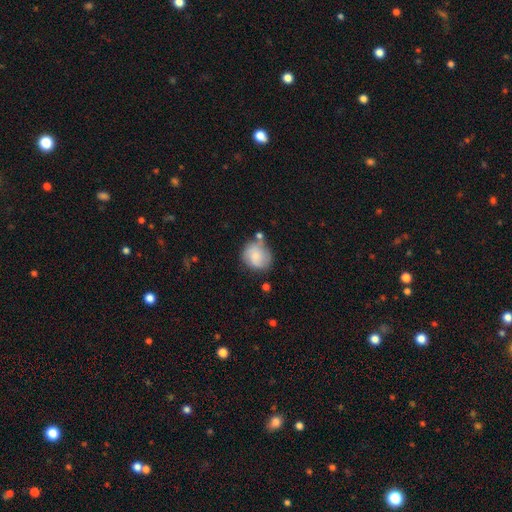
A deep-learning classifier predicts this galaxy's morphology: Smooth or featured: smooth — 61% (featured or disk — 31%)
How rounded: round — 79% (in between — 20%)
Merging: none — 57% (minor disturbance — 23%)